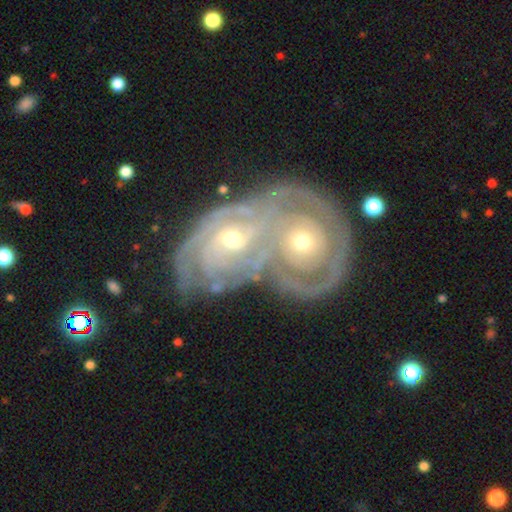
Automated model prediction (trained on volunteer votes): Smooth or featured? featured or disk (86%)
Edge-on disk? no (96%)
Bar? no (75%)
Spiral arms? yes (92%)
Spiral winding? tight (79%)
Spiral arm count? can't tell (38%)
Bulge size? small (55%)
Merging? merger (68%)